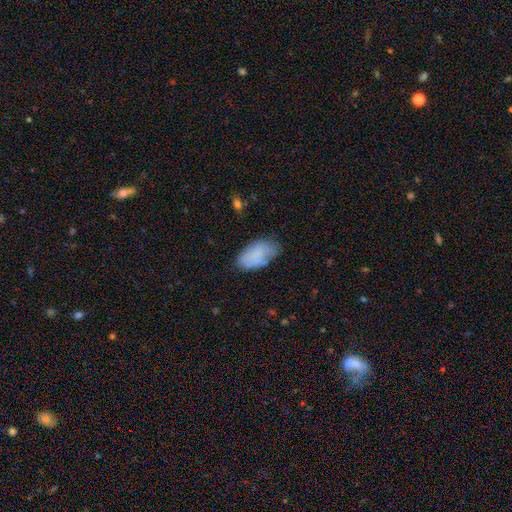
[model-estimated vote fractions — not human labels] Q: Smooth or featured?
A: smooth (78%); runner-up: featured or disk (14%)
Q: How rounded?
A: in between (95%); runner-up: round (3%)
Q: Merging?
A: none (65%); runner-up: minor disturbance (25%)